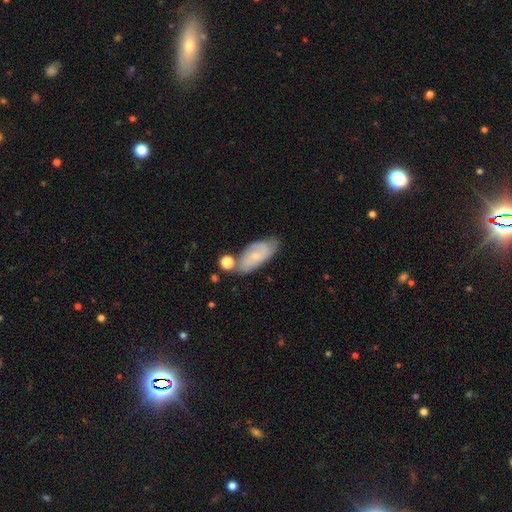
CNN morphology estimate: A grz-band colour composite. It shows a featured or disk galaxy (47%). Merging: none (60%).